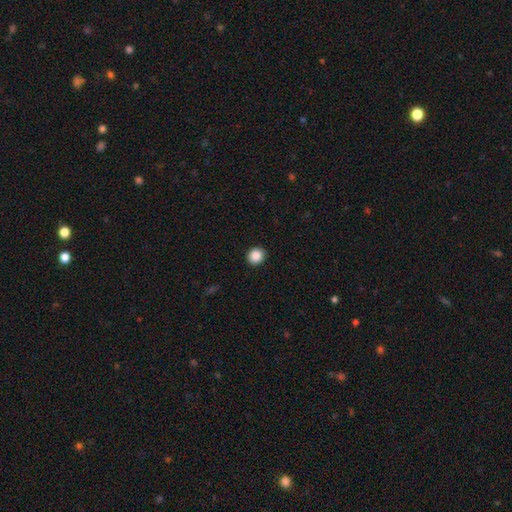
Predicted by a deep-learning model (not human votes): smooth_or_featured: smooth (p=0.88) [alt: star or artifact p=0.09]
how_rounded: round (p=0.83) [alt: in between p=0.17]
merging: none (p=0.92) [alt: minor disturbance p=0.06]